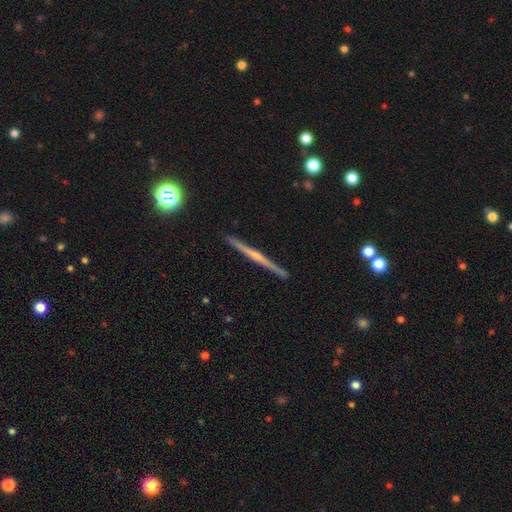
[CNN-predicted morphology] featured or disk 74%, smooth 20%, star or artifact 7%. Down the decision tree: edge-on disk — yes (98%); edge-on bulge — rounded (51%); merging — none (92%).